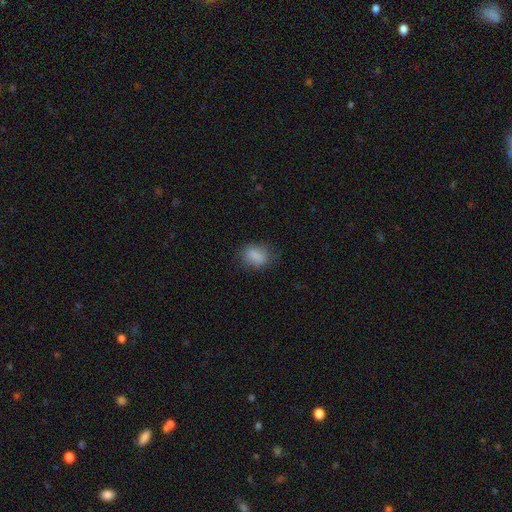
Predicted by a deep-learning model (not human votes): The model was most divided on "how rounded": in between: 74%, round: 24%, cigar-shaped: 2%. More confident: smooth or featured — smooth (84%); merging — none (72%).